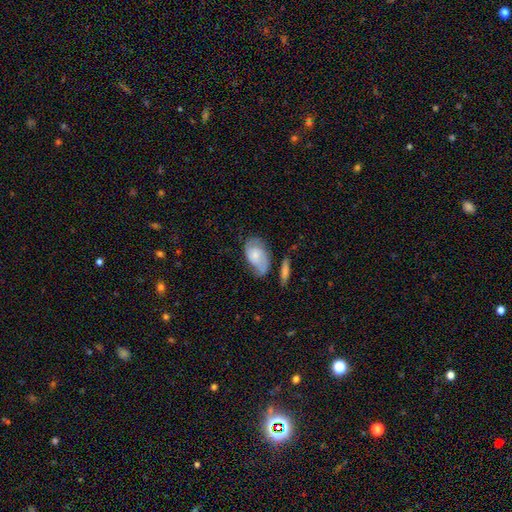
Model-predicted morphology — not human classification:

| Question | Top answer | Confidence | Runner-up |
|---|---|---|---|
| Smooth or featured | featured or disk | 47% | smooth (46%) |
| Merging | none | 45% | minor disturbance (30%) |